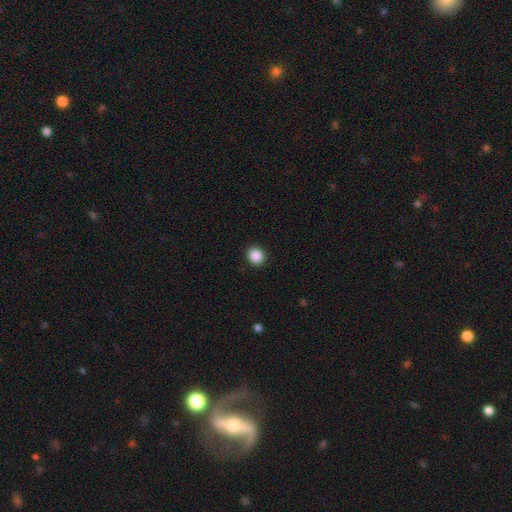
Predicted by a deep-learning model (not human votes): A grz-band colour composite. It shows a smooth galaxy with no disk features (89%) that is round (83%). Merging: none (92%).